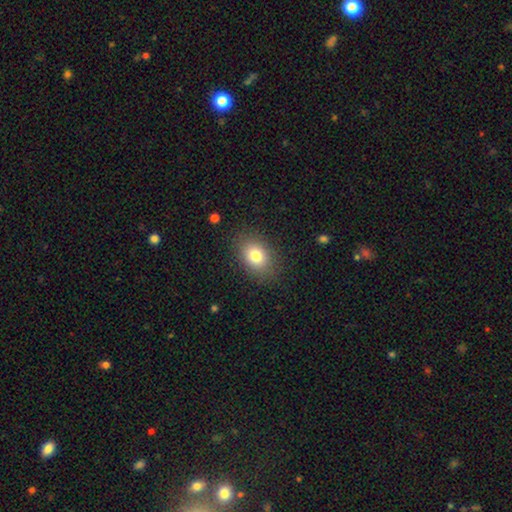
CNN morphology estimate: This is likely a smooth galaxy (80%). How rounded: likely in between (70%). Merging: clearly none (84%).